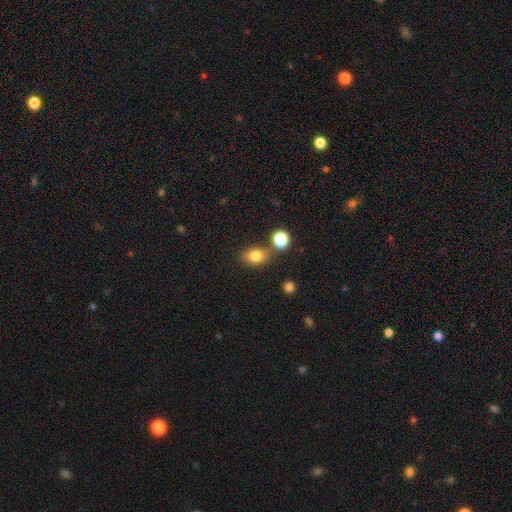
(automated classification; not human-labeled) This appears to be a smooth galaxy with no disk features (81%) that is in between round and cigar-shaped (62%). Merging: none (67%).